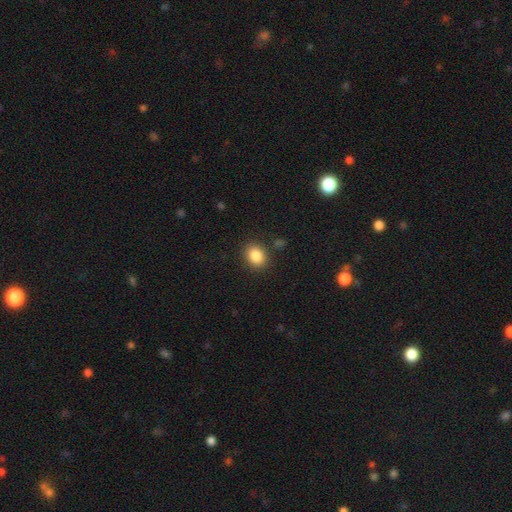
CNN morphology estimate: This appears to be a smooth galaxy with no disk features (86%) that is round (50%). Merging: none (87%).